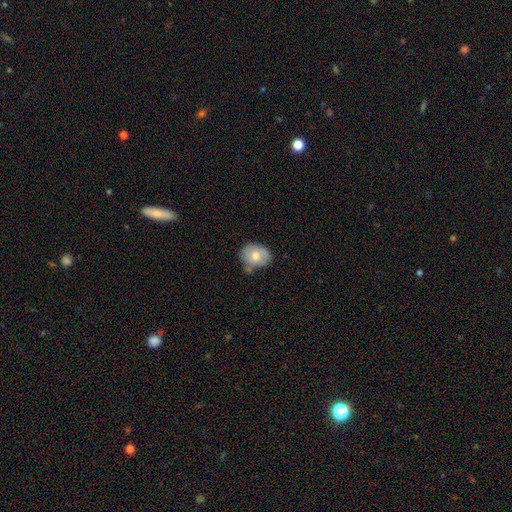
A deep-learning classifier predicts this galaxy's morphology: Smooth or featured? Predicted: smooth (p=0.73). How rounded? Predicted: in between (p=0.57). Merging? Predicted: none (p=0.53).